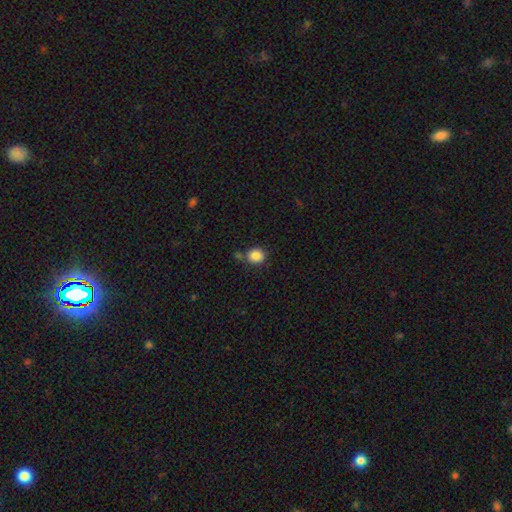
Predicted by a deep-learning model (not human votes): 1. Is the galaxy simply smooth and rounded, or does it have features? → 86% smooth, 9% star or artifact, 4% featured or disk.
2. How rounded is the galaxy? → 85% round, 14% in between, 1% cigar-shaped.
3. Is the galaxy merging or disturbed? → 74% none, 12% minor disturbance, 11% merger, 3% major disturbance.